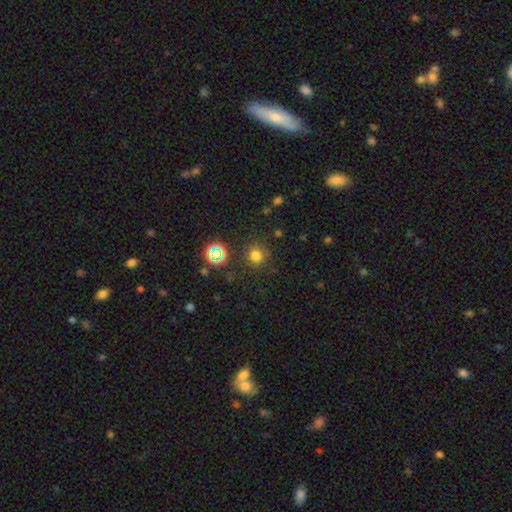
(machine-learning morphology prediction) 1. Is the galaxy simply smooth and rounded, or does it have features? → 73% smooth, 21% star or artifact, 6% featured or disk.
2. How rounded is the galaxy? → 90% round, 9% in between, 1% cigar-shaped.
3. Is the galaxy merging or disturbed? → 84% none, 9% minor disturbance, 4% major disturbance, 3% merger.